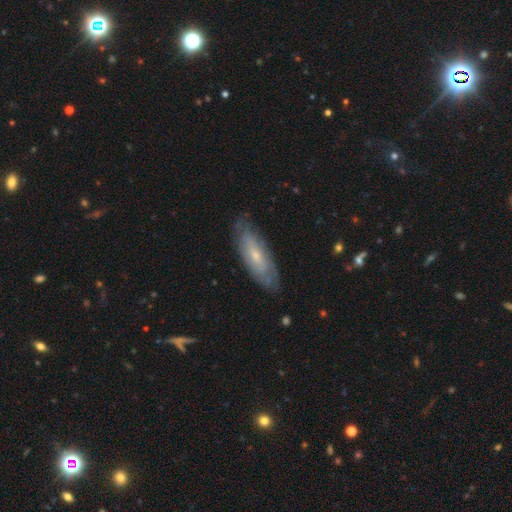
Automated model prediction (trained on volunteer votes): smooth-or-featured: featured or disk: 55% | smooth: 38% | star or artifact: 6%
  disk-edge-on: no: 74% | yes: 26%
  merging: none: 75% | minor disturbance: 19% | major disturbance: 4% | merger: 1%